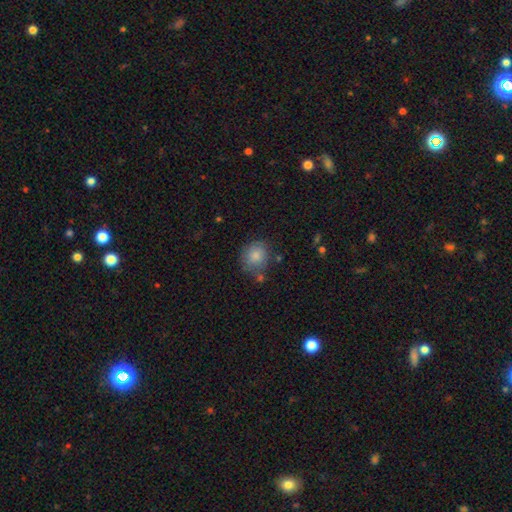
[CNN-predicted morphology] smooth-or-featured: smooth: 83% | featured or disk: 9% | star or artifact: 8%
  how-rounded: round: 77% | in between: 22% | cigar-shaped: 1%
  merging: none: 63% | minor disturbance: 22% | merger: 8% | major disturbance: 7%